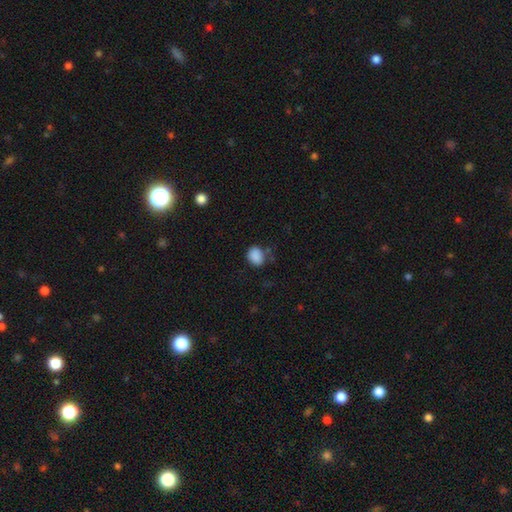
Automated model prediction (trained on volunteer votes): This appears to be a smooth galaxy with no disk features (87%) that is in between round and cigar-shaped (55%). Merging: none (66%).